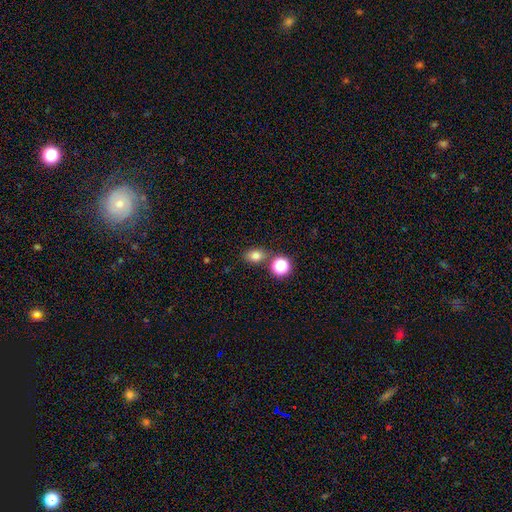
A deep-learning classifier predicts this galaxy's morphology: Smooth or featured? Predicted: smooth (p=0.77). How rounded? Predicted: in between (p=0.60). Merging? Predicted: none (p=0.73).